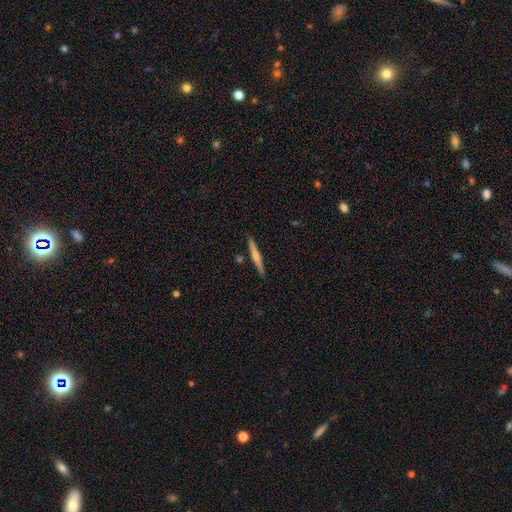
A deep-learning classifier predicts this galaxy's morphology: Smooth or featured?
  - featured or disk: 71% *
  - smooth: 23%
  - star or artifact: 6%
Edge-on disk?
  - yes: 98% *
  - no: 2%
Edge-on bulge?
  - rounded: 81% *
  - none: 14%
  - boxy: 5%
Merging?
  - none: 90% *
  - minor disturbance: 6%
  - merger: 2%
  - major disturbance: 1%